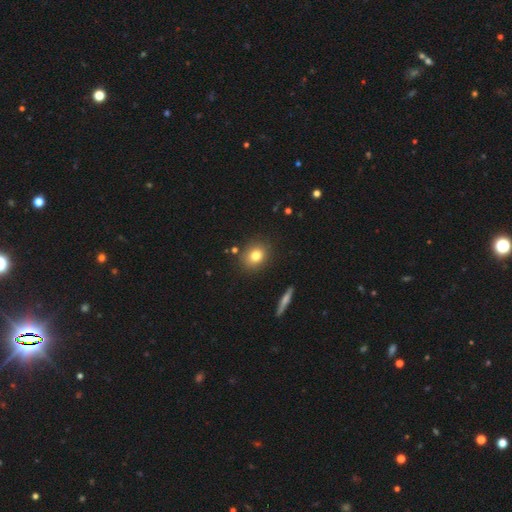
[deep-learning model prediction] The model was most divided on "how rounded": round: 66%, in between: 32%, cigar-shaped: 2%. More confident: merging — none (86%); smooth or featured — smooth (79%).